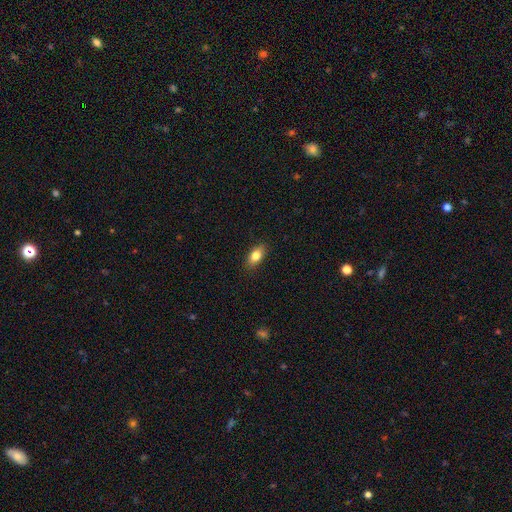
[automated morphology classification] Smooth or featured? smooth (82%)
How rounded? in between (87%)
Merging? none (88%)